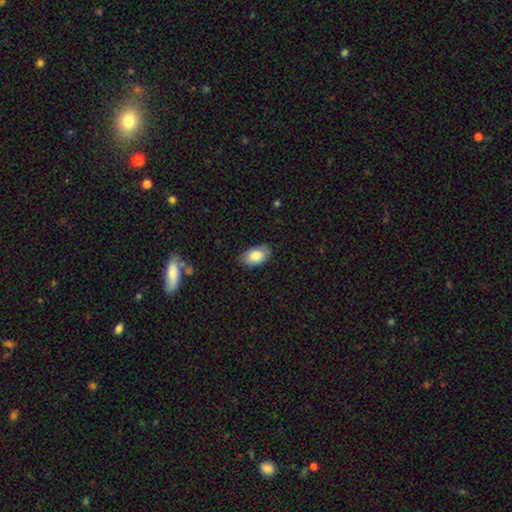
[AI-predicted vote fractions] Smooth or featured?
  - smooth: 84% *
  - featured or disk: 9%
  - star or artifact: 7%
How rounded?
  - in between: 93% *
  - round: 5%
  - cigar-shaped: 2%
Merging?
  - none: 80% *
  - minor disturbance: 16%
  - major disturbance: 3%
  - merger: 1%